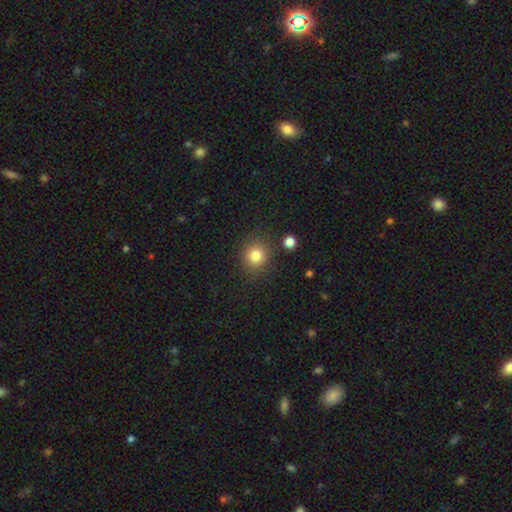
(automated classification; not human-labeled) smooth_or_featured: smooth (p=0.82) [alt: star or artifact p=0.12]
how_rounded: round (p=0.87) [alt: in between p=0.12]
merging: none (p=0.85) [alt: minor disturbance p=0.08]